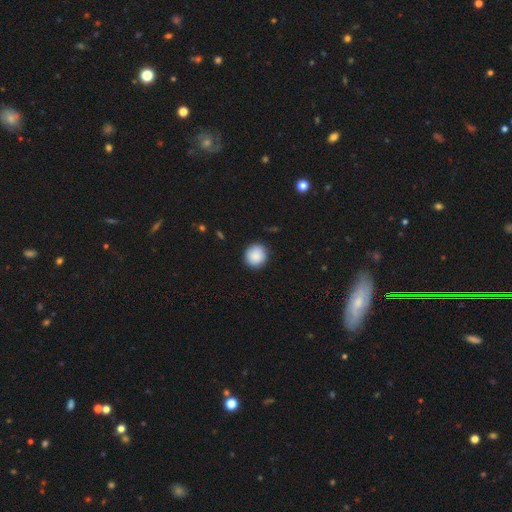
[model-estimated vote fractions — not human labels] smooth_or_featured: smooth (p=0.89) [alt: star or artifact p=0.07]
how_rounded: round (p=0.93) [alt: in between p=0.06]
merging: none (p=0.89) [alt: minor disturbance p=0.08]